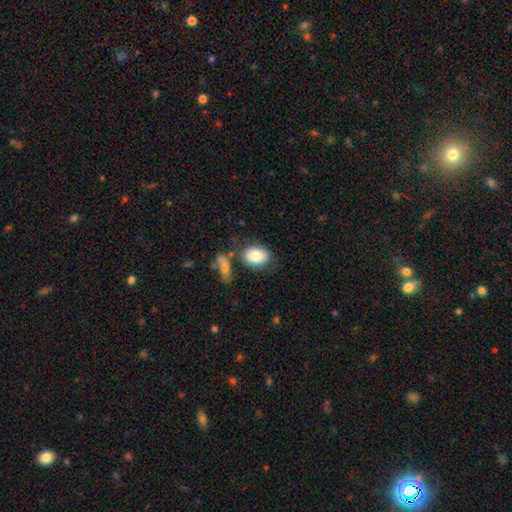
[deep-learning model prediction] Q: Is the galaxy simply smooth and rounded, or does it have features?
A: smooth — 83%.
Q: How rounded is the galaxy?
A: in between — 82%.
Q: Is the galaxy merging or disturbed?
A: none — 68%.